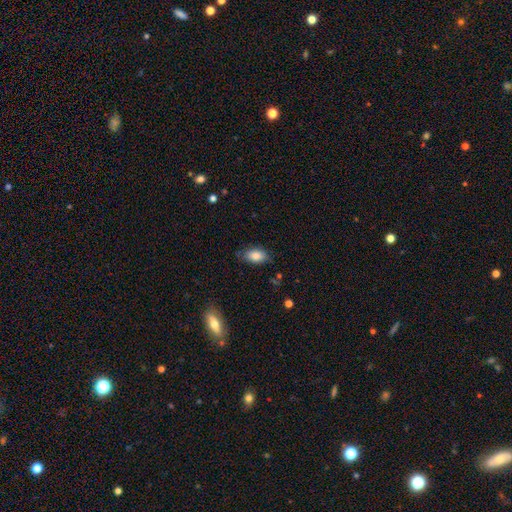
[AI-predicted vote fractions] Smooth or featured?
  - smooth: 84% *
  - featured or disk: 9%
  - star or artifact: 7%
How rounded?
  - in between: 91% *
  - round: 6%
  - cigar-shaped: 2%
Merging?
  - none: 76% *
  - minor disturbance: 19%
  - major disturbance: 4%
  - merger: 1%